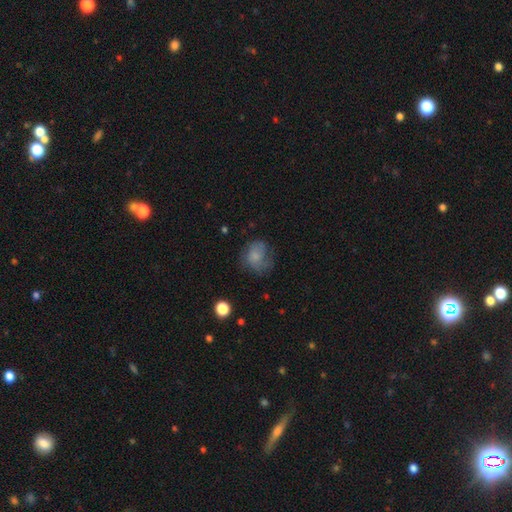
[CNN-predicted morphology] smooth-or-featured: smooth: 63% | featured or disk: 27% | star or artifact: 10%
  how-rounded: round: 60% | in between: 40% | cigar-shaped: 1%
  merging: none: 46% | minor disturbance: 27% | major disturbance: 25% | merger: 2%